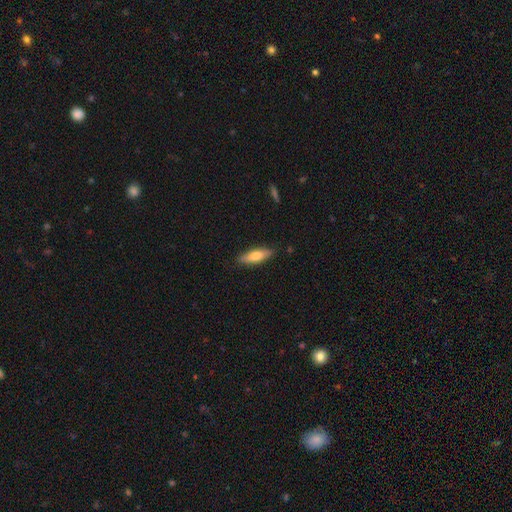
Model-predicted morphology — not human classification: type=smooth (69%); roundness=cigar-shaped (55%); merging=none (86%).